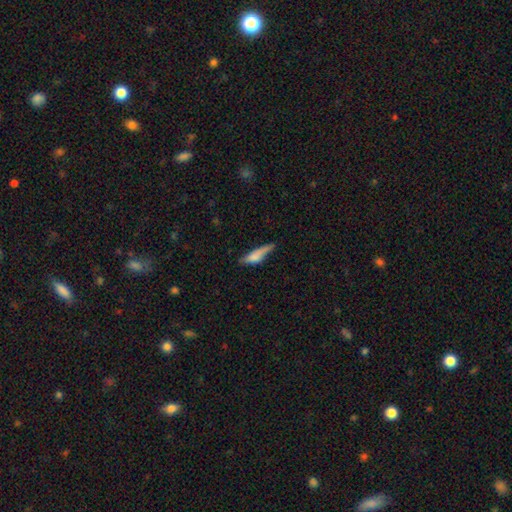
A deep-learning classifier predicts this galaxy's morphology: Overall: smooth (67%). How rounded: cigar-shaped (69%). Merging: none (47%; minor disturbance 33%).